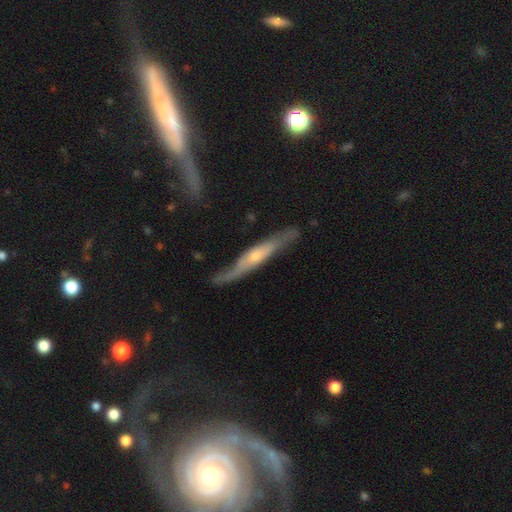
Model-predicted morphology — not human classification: A featured or disk galaxy (68%) viewed edge-on (80%) with a rounded central bulge (71%). Merging: none (72%).